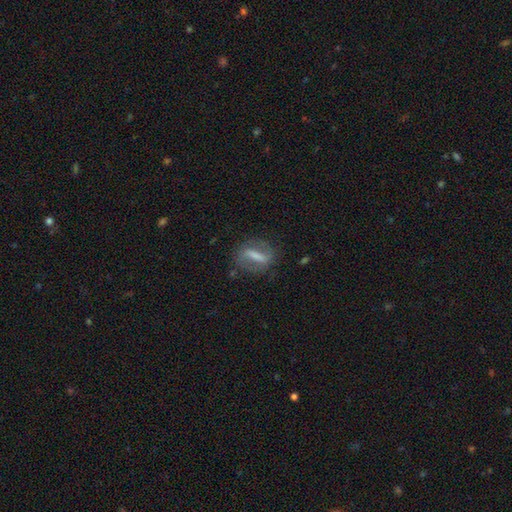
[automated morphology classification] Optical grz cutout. It shows a featured or disk galaxy (56%). Merging: none (71%).